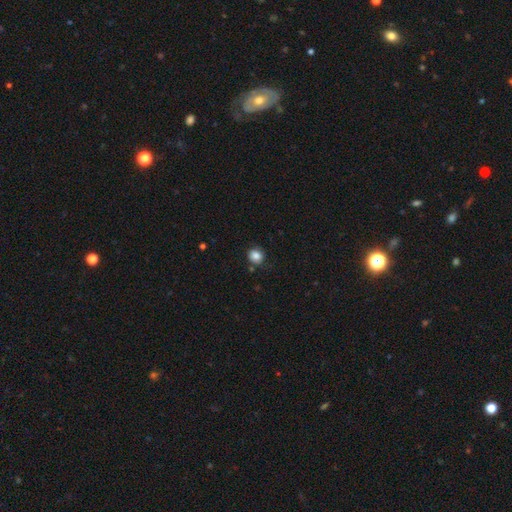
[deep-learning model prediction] Smooth or featured: smooth — 84% (star or artifact — 10%)
How rounded: round — 75% (in between — 25%)
Merging: none — 78% (minor disturbance — 15%)